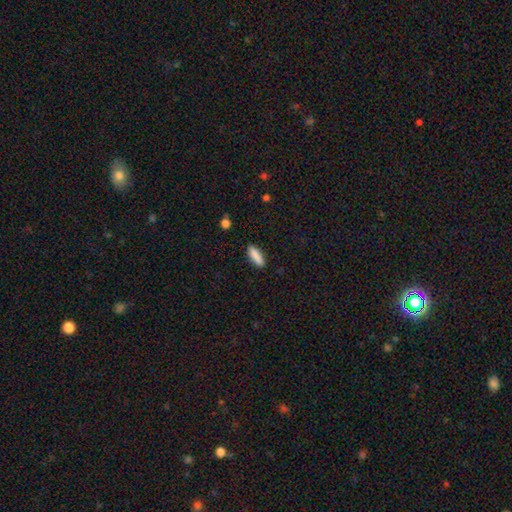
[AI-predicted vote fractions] Overall: smooth (87%). How rounded: cigar-shaped (50%; in between 48%). Merging: none (88%).